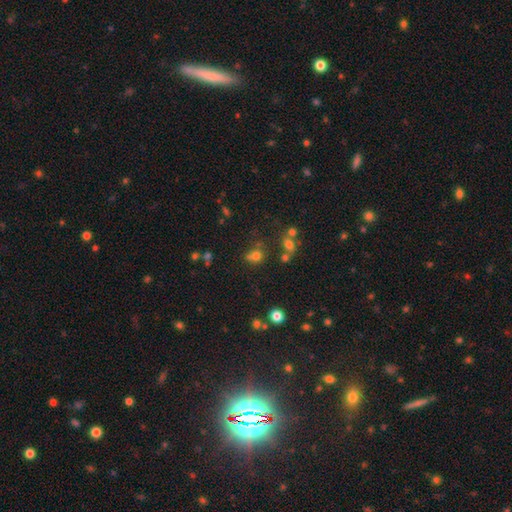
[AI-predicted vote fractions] Overall: smooth (66%). How rounded: round (77%). Merging: none (53%; merger 28%).